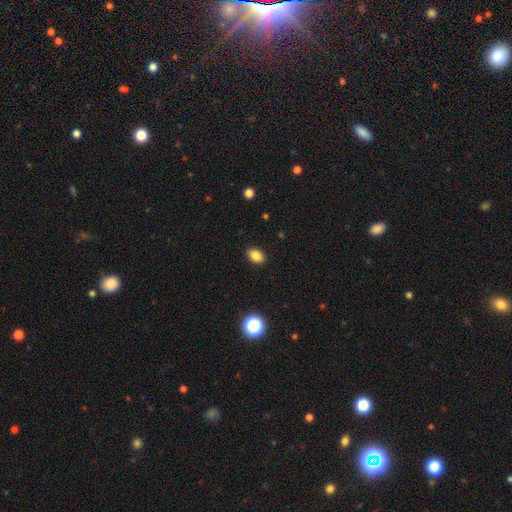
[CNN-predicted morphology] Overall: smooth (85%). How rounded: in between (77%). Merging: none (89%).